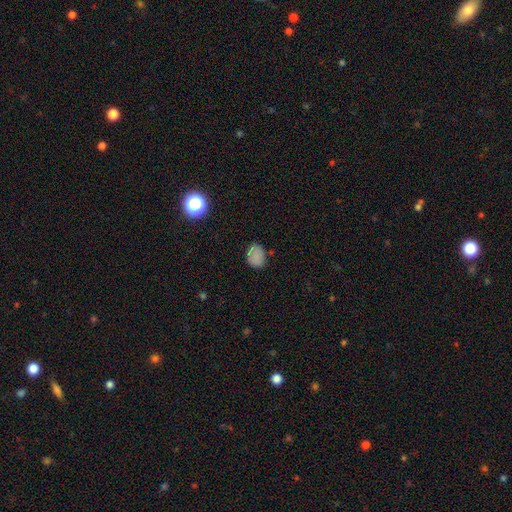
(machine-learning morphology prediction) Smooth or featured? smooth (79%)
How rounded? in between (62%)
Merging? none (78%)